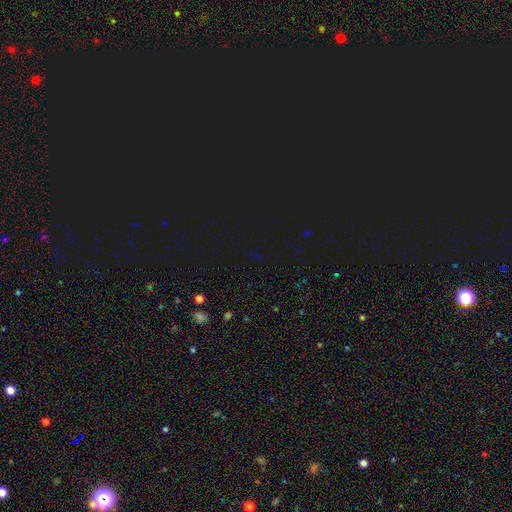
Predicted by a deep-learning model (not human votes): Smooth or featured? Predicted: star or artifact (p=0.77).